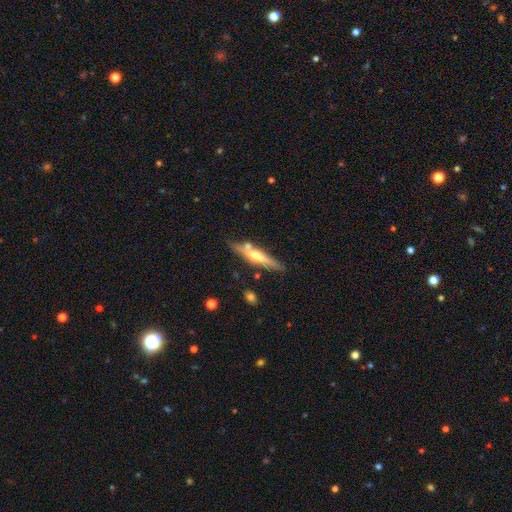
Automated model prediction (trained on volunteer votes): This appears to be a featured or disk galaxy (58%) viewed edge-on (93%) with a rounded central bulge (79%). Merging: none (75%).